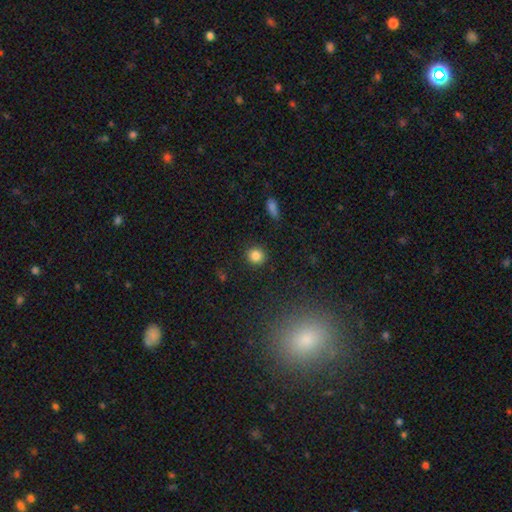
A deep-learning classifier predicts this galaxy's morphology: This appears to be a smooth galaxy with no disk features (84%) that is round (89%). Merging: none (89%).